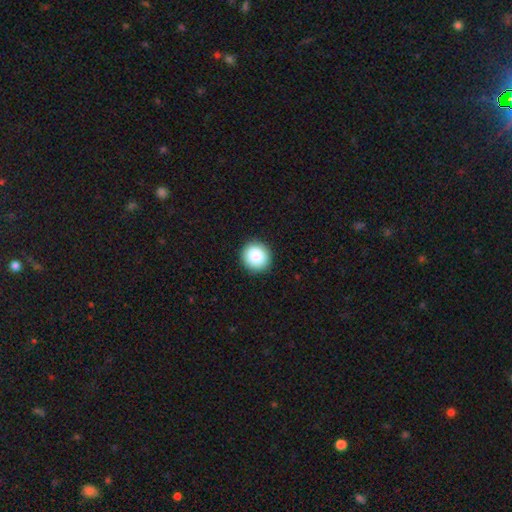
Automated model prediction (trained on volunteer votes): Smooth or featured? Predicted: smooth (p=0.87). How rounded? Predicted: round (p=0.92). Merging? Predicted: none (p=0.92).